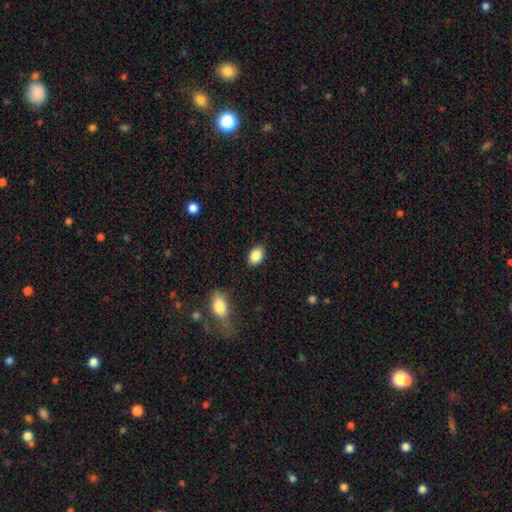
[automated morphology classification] type=smooth (87%); roundness=in between (77%); merging=none (86%).